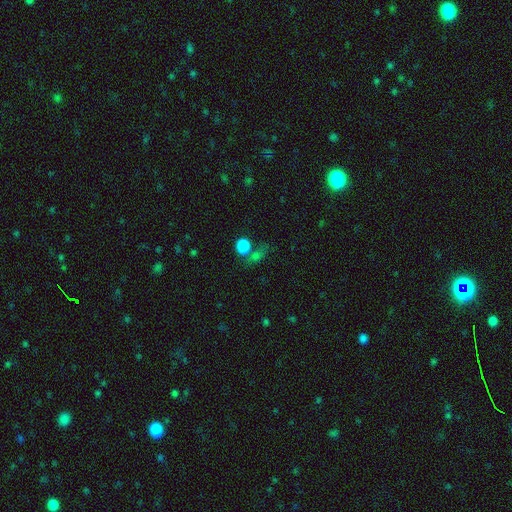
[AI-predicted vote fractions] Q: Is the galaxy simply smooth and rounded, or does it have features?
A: smooth — 68%.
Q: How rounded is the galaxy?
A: round — 58%.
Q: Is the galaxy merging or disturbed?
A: none — 56%.